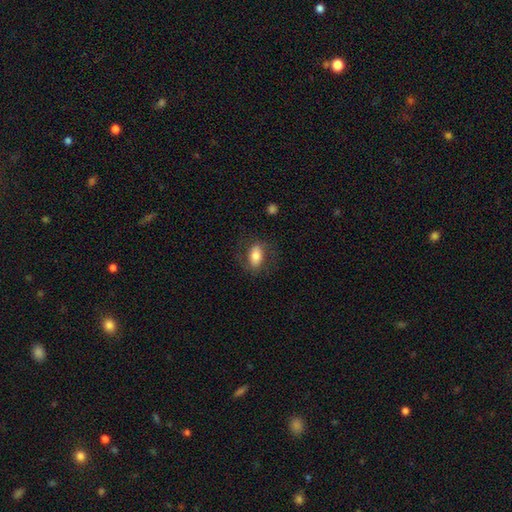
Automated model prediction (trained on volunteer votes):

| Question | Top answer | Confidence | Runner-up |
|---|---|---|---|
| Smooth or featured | smooth | 69% | featured or disk (24%) |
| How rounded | in between | 87% | round (8%) |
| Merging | none | 71% | minor disturbance (17%) |